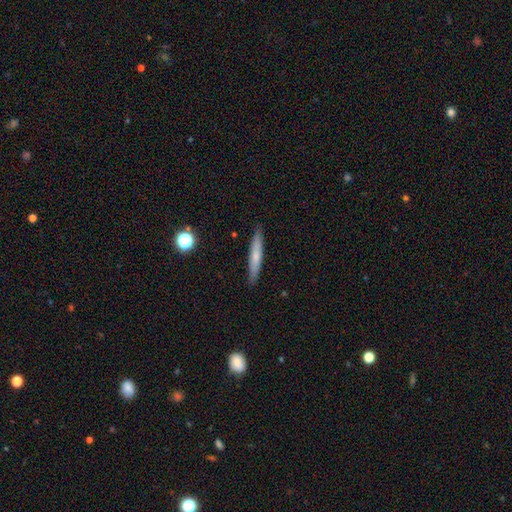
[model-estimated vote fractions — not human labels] This appears to be a smooth galaxy with no disk features (63%) that is cigar-shaped (93%). Merging: none (90%).